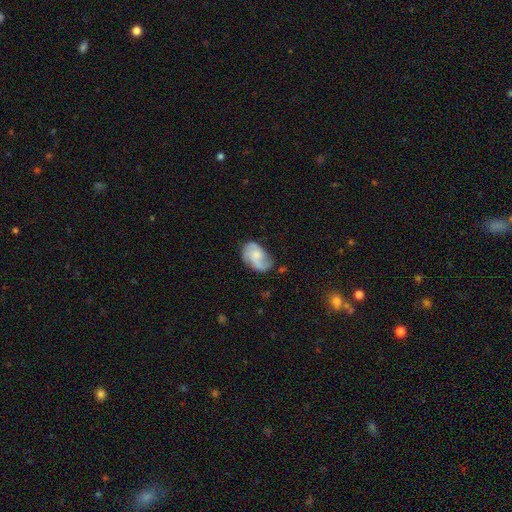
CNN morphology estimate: Smooth or featured: featured or disk — 64% (smooth — 29%)
Edge-on disk: no — 97% (yes — 3%)
Bar: no — 64% (weak — 31%)
Spiral arms: yes — 91% (no — 9%)
Spiral winding: medium — 44% (loose — 38%)
Spiral arm count: 2 — 63% (3 — 16%)
Bulge size: small — 36% (moderate — 30%)
Merging: none — 59% (minor disturbance — 26%)